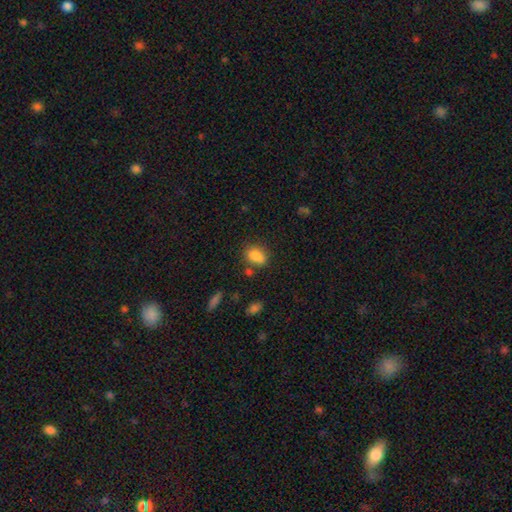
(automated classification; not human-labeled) A smooth galaxy with no disk features (84%) that is in between round and cigar-shaped (77%).

Vote fractions:
- Smooth or featured? smooth: 84% / star or artifact: 9% / featured or disk: 7%
- How rounded? in between: 77% / round: 20% / cigar-shaped: 2%
- Merging? none: 70% / minor disturbance: 17% / merger: 8% / major disturbance: 5%